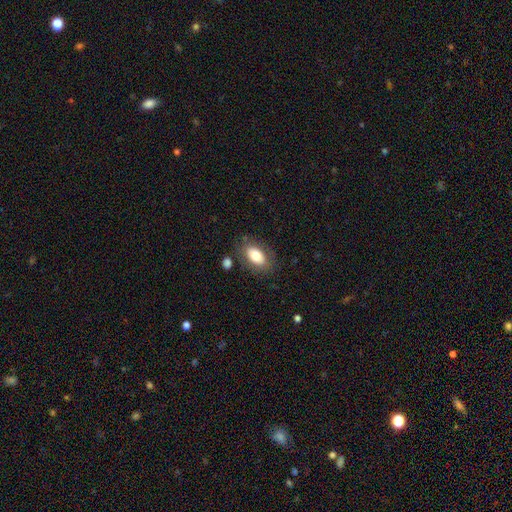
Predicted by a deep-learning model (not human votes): smooth 76%, featured or disk 16%, star or artifact 7%. Down the decision tree: how rounded — in between (90%); merging — none (77%).